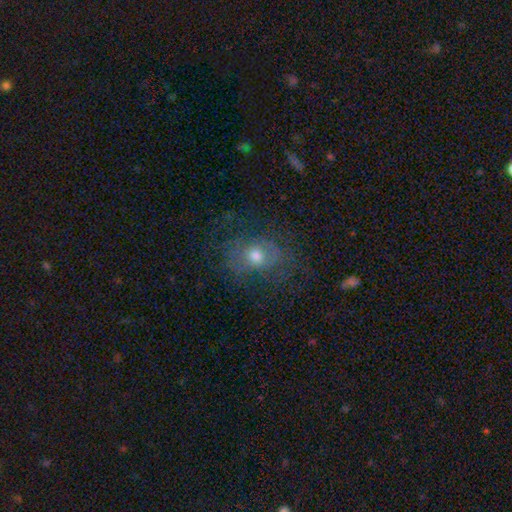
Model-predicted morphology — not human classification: The model was most divided on "smooth or featured": smooth: 43%, featured or disk: 36%, star or artifact: 21%. More confident: merging — none (72%).